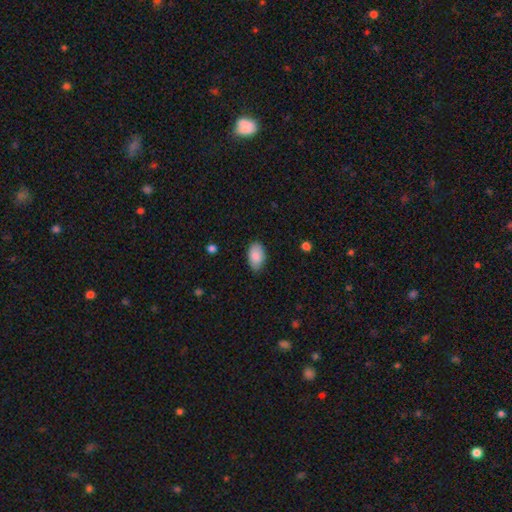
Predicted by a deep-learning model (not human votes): smooth-or-featured: smooth: 88% | star or artifact: 6% | featured or disk: 5%
  how-rounded: in between: 94% | round: 5% | cigar-shaped: 1%
  merging: none: 82% | minor disturbance: 15% | major disturbance: 3% | merger: 1%